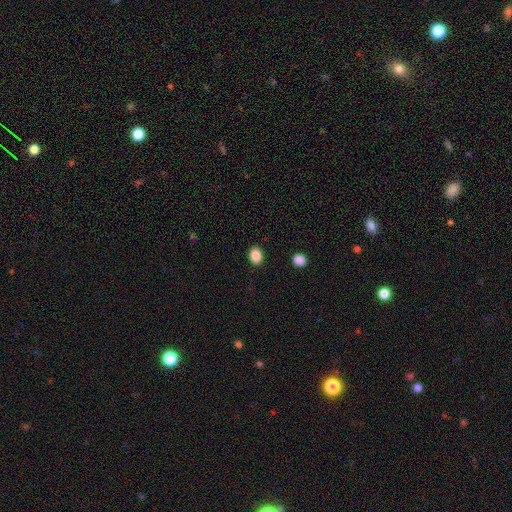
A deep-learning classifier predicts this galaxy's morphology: smooth_or_featured: smooth (p=0.88) [alt: star or artifact p=0.09]
how_rounded: in between (p=0.71) [alt: round p=0.28]
merging: none (p=0.89) [alt: minor disturbance p=0.08]